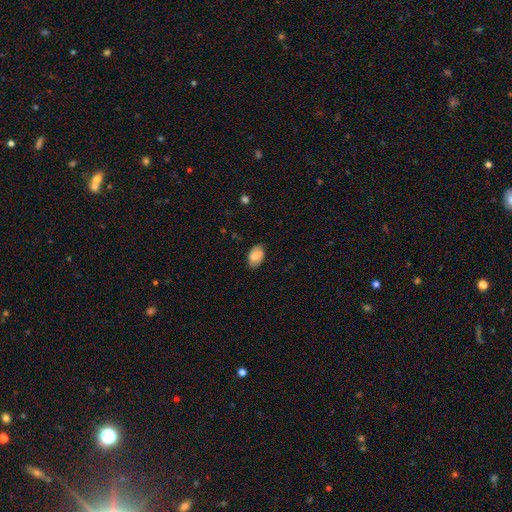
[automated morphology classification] A smooth galaxy with no disk features (72%) that is in between round and cigar-shaped (91%).

Vote fractions:
- Smooth or featured? smooth: 72% / featured or disk: 20% / star or artifact: 8%
- How rounded? in between: 91% / round: 8% / cigar-shaped: 2%
- Merging? none: 81% / minor disturbance: 15% / major disturbance: 3% / merger: 1%